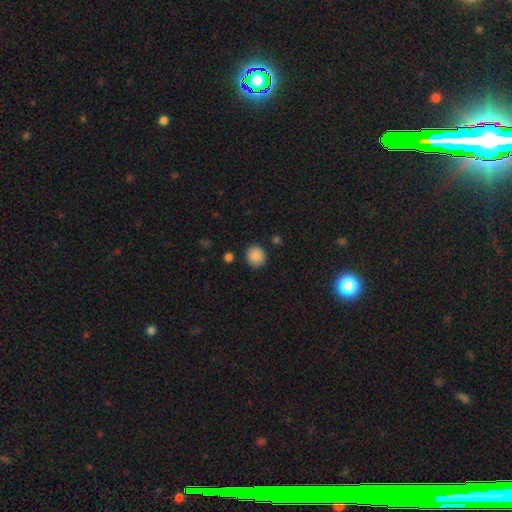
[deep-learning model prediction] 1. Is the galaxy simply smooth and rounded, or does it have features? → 88% smooth, 9% star or artifact, 4% featured or disk.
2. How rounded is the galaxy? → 87% round, 12% in between, 1% cigar-shaped.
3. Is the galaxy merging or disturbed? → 85% none, 10% minor disturbance, 3% major disturbance, 2% merger.